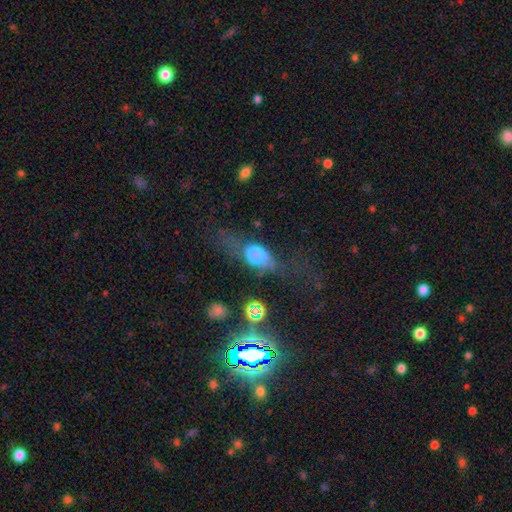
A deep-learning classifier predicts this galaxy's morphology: type=smooth (61%); roundness=in between (64%); merging=none (40%).